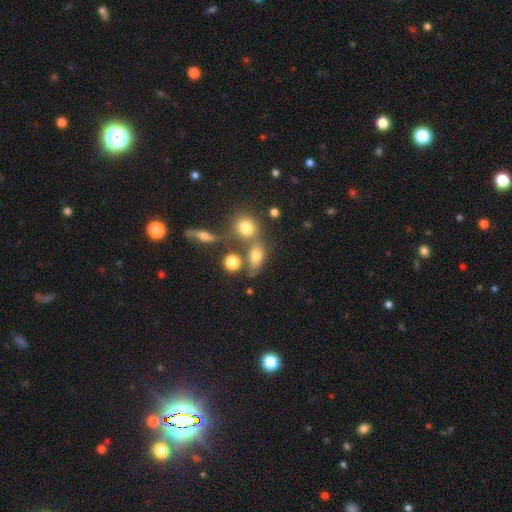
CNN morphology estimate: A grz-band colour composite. It shows a smooth galaxy with no disk features (70%) that is in between round and cigar-shaped (66%). Merging: none (49%).